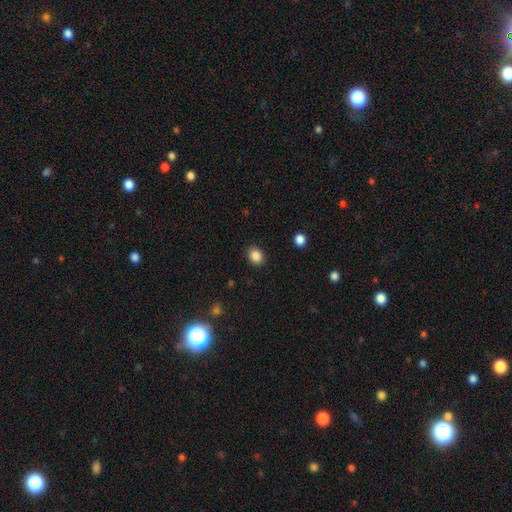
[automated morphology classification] The model was most divided on "how rounded": in between: 62%, round: 38%, cigar-shaped: 1%. More confident: merging — none (88%); smooth or featured — smooth (86%).